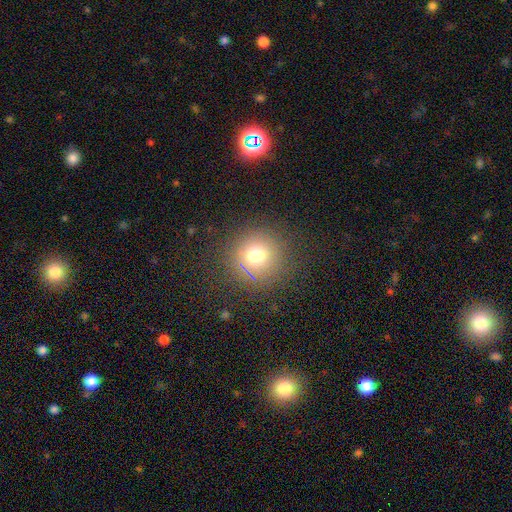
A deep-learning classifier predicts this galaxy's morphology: The model was most divided on "smooth or featured": smooth: 70%, star or artifact: 20%, featured or disk: 11%. More confident: how rounded — round (94%); merging — none (86%).